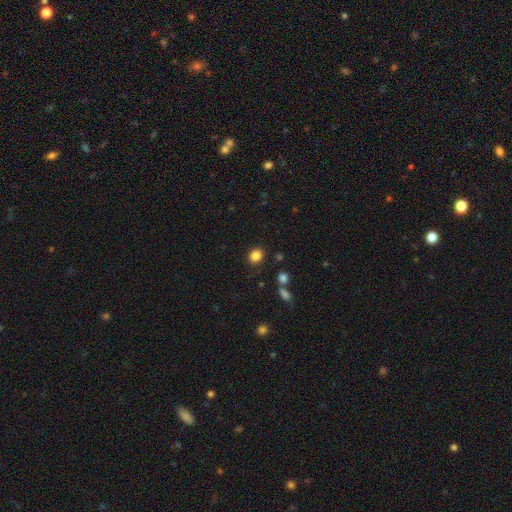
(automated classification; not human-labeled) Overall: smooth (85%). How rounded: round (62%; in between 37%). Merging: none (84%).